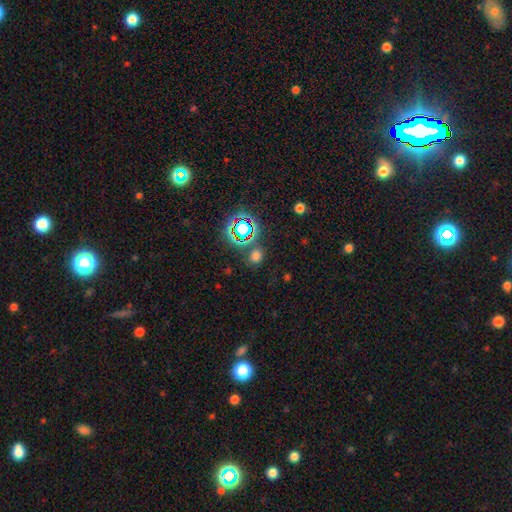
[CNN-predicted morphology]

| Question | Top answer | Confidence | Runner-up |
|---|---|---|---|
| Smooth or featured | smooth | 58% | star or artifact (35%) |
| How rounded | round | 68% | in between (31%) |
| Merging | none | 77% | minor disturbance (11%) |